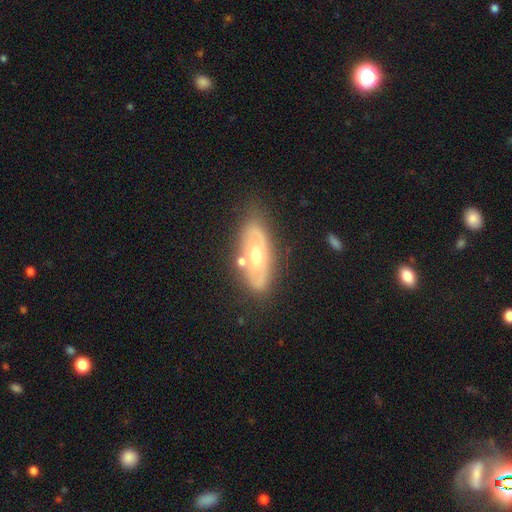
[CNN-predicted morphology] smooth-or-featured: featured or disk: 65% | smooth: 29% | star or artifact: 6%
  disk-edge-on: no: 85% | yes: 15%
    bar: no: 75% | weak: 18% | strong: 7%
    has-spiral-arms: no: 58% | yes: 42%
    bulge-size: moderate: 72% | small: 19% | large: 6% | none: 1% | dominant: 1%
  merging: none: 73% | minor disturbance: 15% | merger: 6% | major disturbance: 5%